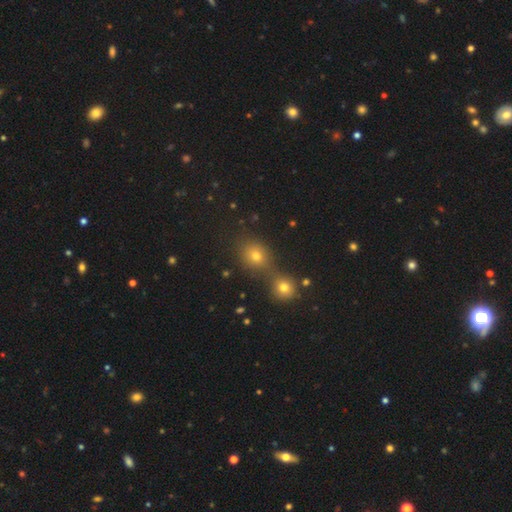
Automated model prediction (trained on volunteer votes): Overall: smooth (70%). How rounded: round (69%; in between 30%). Merging: none (50%; merger 39%).